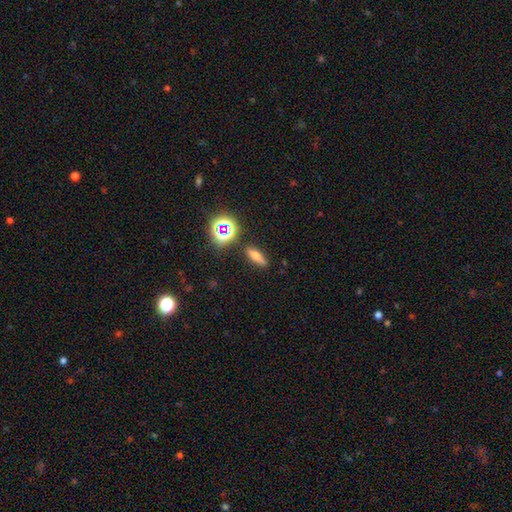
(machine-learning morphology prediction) smooth-or-featured: smooth: 64% | star or artifact: 19% | featured or disk: 16%
  how-rounded: cigar-shaped: 48% | in between: 43% | round: 9%
  merging: none: 84% | minor disturbance: 10% | merger: 4% | major disturbance: 3%